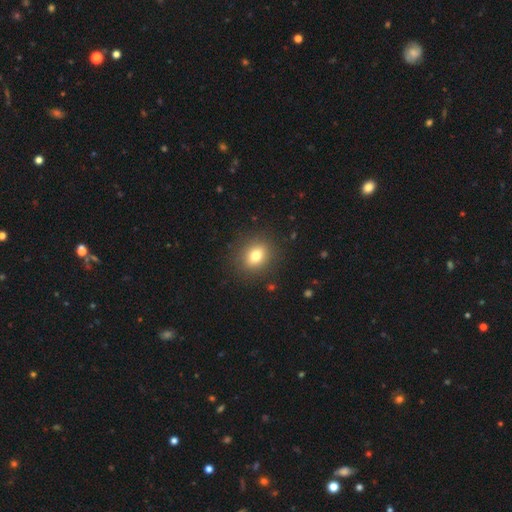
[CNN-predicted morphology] A smooth galaxy with no disk features (77%) that is round (56%). Merging: none (87%).